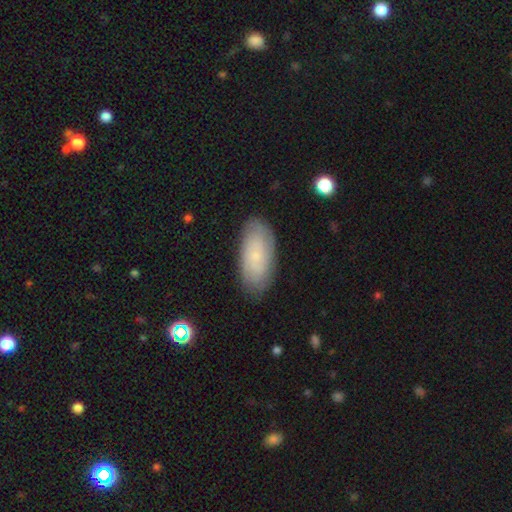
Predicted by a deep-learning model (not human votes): Smooth or featured? Predicted: smooth (p=0.56). How rounded? Predicted: in between (p=0.90). Merging? Predicted: none (p=0.81).